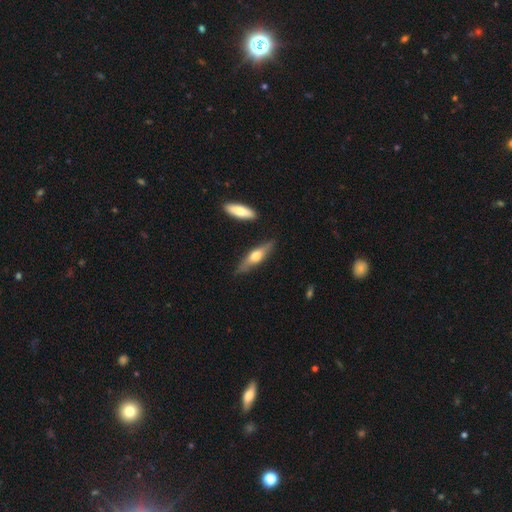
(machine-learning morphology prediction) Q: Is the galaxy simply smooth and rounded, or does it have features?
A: featured or disk — 52%.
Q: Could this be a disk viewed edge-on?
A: yes — 90%.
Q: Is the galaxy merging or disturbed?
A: none — 80%.